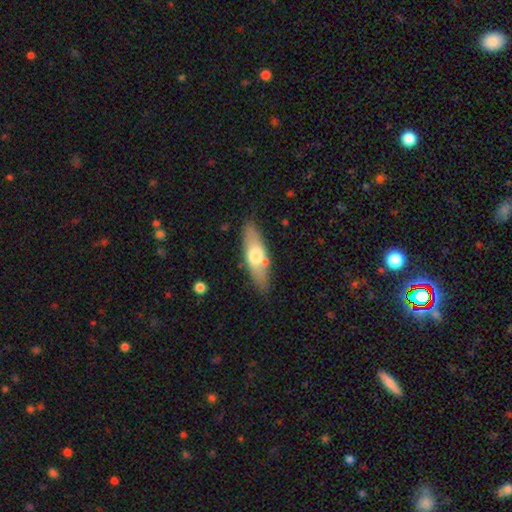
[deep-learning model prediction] Smooth or featured? smooth (59%)
How rounded? in between (53%)
Merging? none (81%)